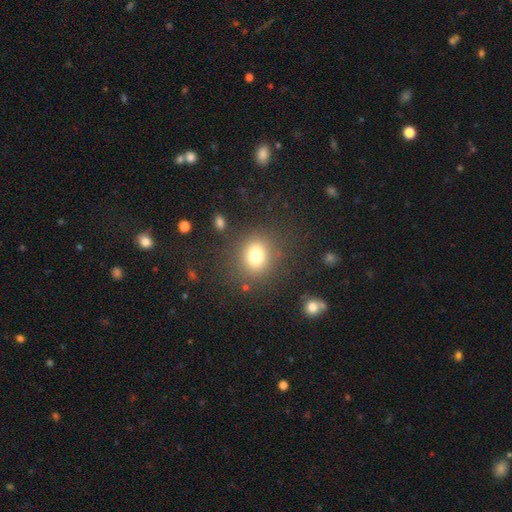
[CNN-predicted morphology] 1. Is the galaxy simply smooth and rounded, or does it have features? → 77% smooth, 13% star or artifact, 10% featured or disk.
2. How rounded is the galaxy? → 69% round, 30% in between, 1% cigar-shaped.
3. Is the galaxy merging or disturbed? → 82% none, 10% minor disturbance, 6% major disturbance, 3% merger.